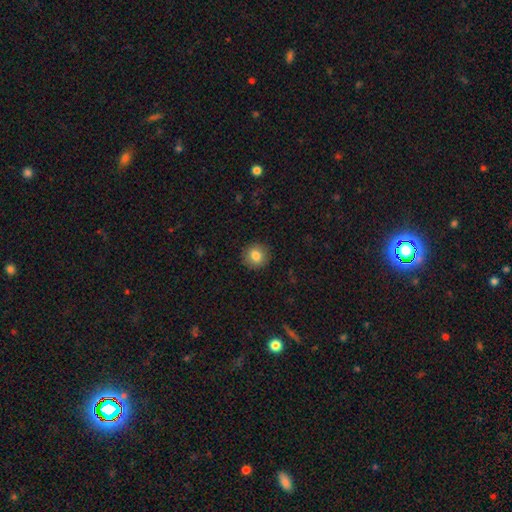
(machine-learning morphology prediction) Overall: smooth (82%). How rounded: round (92%). Merging: none (91%).